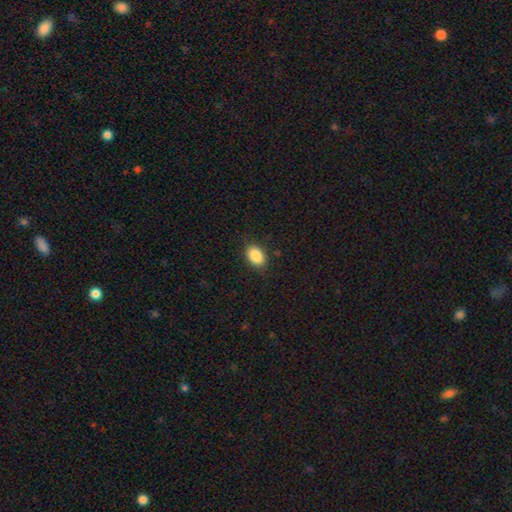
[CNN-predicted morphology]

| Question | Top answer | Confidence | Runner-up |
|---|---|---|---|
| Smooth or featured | smooth | 88% | star or artifact (8%) |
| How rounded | in between | 86% | round (12%) |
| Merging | none | 85% | minor disturbance (11%) |